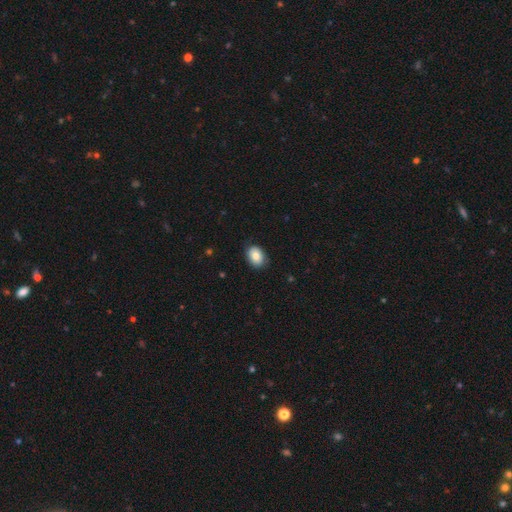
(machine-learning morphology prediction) smooth_or_featured: smooth (p=0.81) [alt: featured or disk p=0.11]
how_rounded: in between (p=0.72) [alt: round p=0.27]
merging: none (p=0.81) [alt: minor disturbance p=0.15]